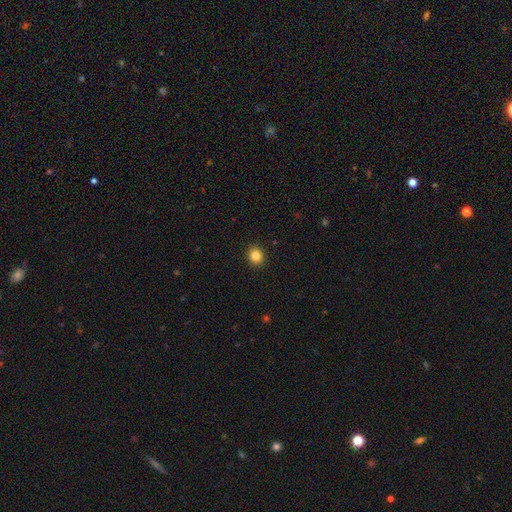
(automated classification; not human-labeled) smooth 84%, star or artifact 11%, featured or disk 5%. Down the decision tree: how rounded — round (75%); merging — none (92%).